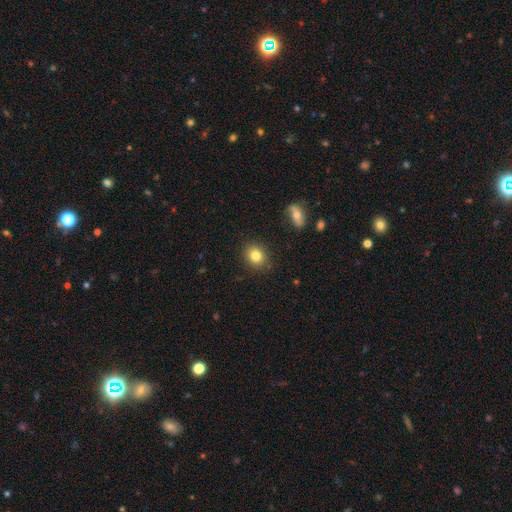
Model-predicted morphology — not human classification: type=smooth (82%); roundness=round (57%); merging=none (87%).